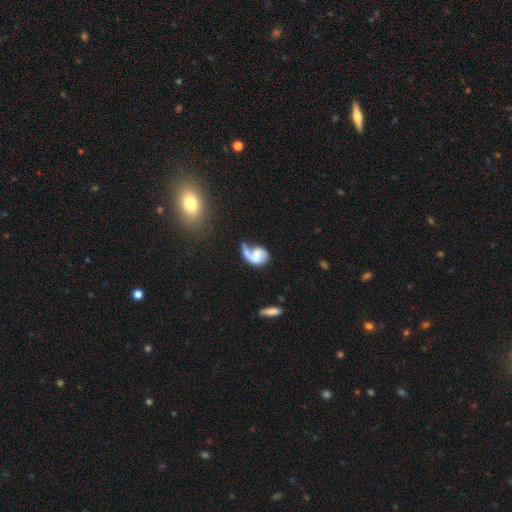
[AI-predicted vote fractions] Smooth or featured?
  - featured or disk: 63% *
  - smooth: 30%
  - star or artifact: 7%
Edge-on disk?
  - no: 97% *
  - yes: 3%
Bar?
  - no: 66% *
  - weak: 26%
  - strong: 8%
Spiral arms?
  - yes: 82% *
  - no: 18%
Spiral winding?
  - loose: 51% *
  - medium: 31%
  - tight: 18%
Spiral arm count?
  - 1: 63% *
  - 2: 30%
  - can't tell: 5%
  - 3: 1%
  - 4: 1%
  - more than 4: 1%
Bulge size?
  - none: 45% *
  - small: 26%
  - moderate: 17%
  - large: 9%
  - dominant: 4%
Merging?
  - major disturbance: 33% *
  - none: 26%
  - merger: 25%
  - minor disturbance: 17%